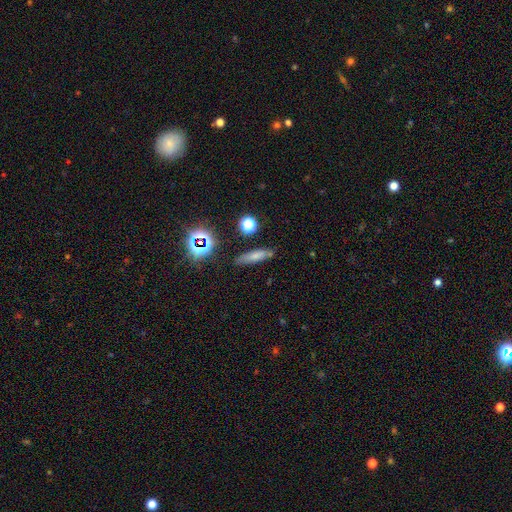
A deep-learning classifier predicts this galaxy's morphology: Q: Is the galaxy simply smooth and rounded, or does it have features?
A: smooth — 67%.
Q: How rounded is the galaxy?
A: cigar-shaped — 69%.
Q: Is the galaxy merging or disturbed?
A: none — 79%.